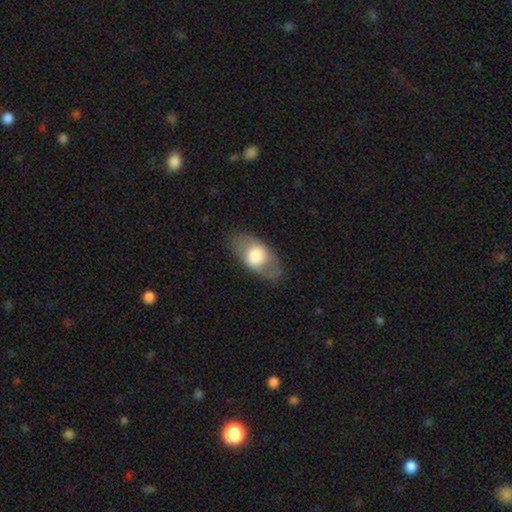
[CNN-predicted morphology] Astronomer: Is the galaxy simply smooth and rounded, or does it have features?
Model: smooth — 64%.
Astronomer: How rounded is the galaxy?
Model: in between — 86%.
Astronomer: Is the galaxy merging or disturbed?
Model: none — 79%.